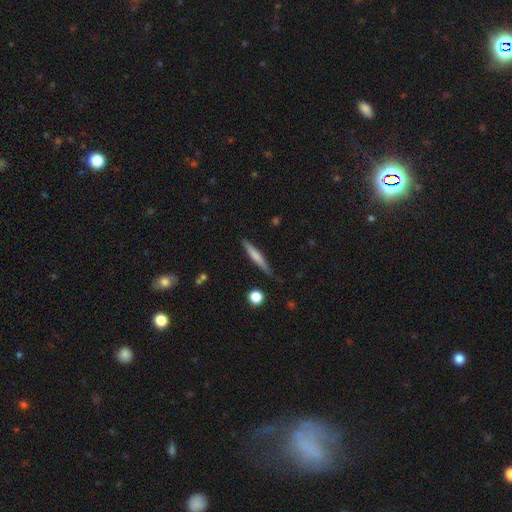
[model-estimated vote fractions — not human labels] smooth 60%, featured or disk 34%, star or artifact 6%. Down the decision tree: how rounded — cigar-shaped (93%); merging — none (78%).